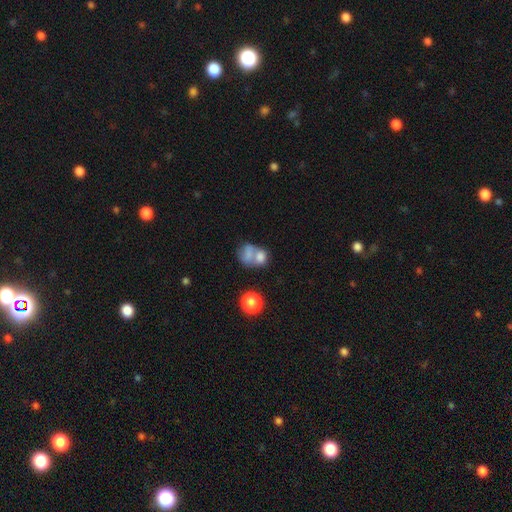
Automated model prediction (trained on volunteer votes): A smooth galaxy with no disk features (68%) that is in between round and cigar-shaped (53%).

Vote fractions:
- Smooth or featured? smooth: 68% / featured or disk: 21% / star or artifact: 12%
- How rounded? in between: 53% / round: 45% / cigar-shaped: 1%
- Merging? merger: 64% / none: 19% / major disturbance: 9% / minor disturbance: 8%